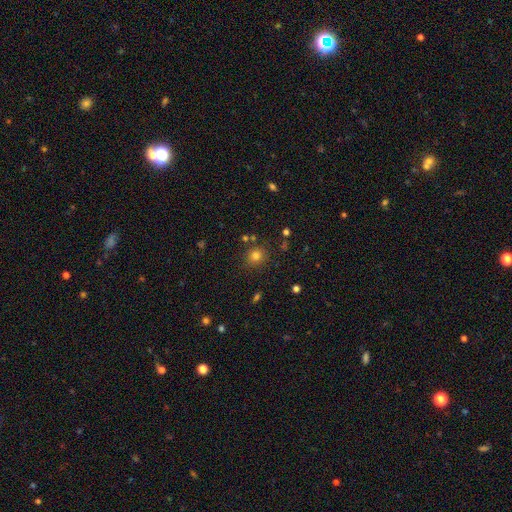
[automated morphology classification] smooth_or_featured: smooth (p=0.78) [alt: star or artifact p=0.15]
how_rounded: round (p=0.87) [alt: in between p=0.12]
merging: none (p=0.84) [alt: minor disturbance p=0.09]